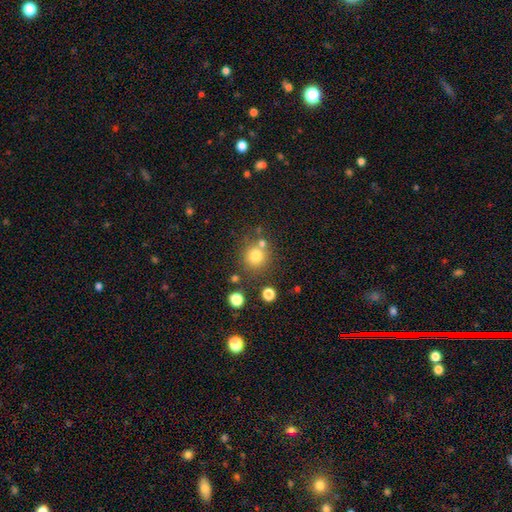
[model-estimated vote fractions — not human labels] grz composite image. It shows a smooth galaxy with no disk features (77%) that is round (91%). Merging: none (72%).